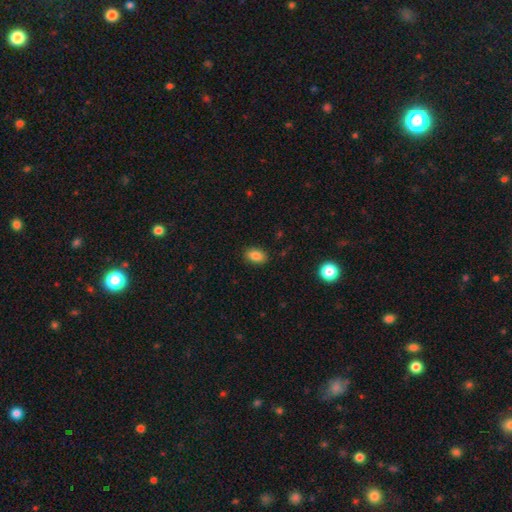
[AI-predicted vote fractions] The model was most divided on "smooth or featured": smooth: 85%, star or artifact: 9%, featured or disk: 6%. More confident: how rounded — in between (89%); merging — none (88%).